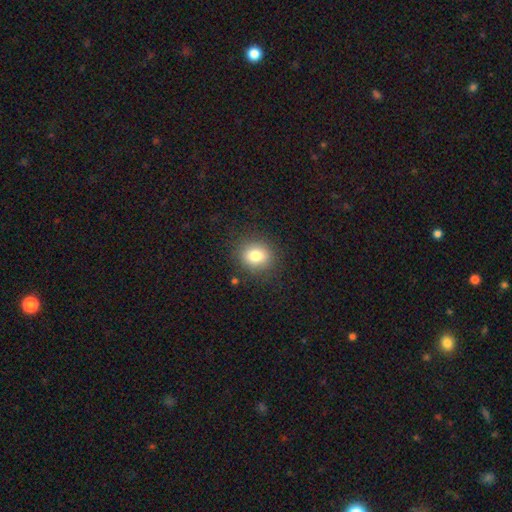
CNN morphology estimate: Smooth or featured? Predicted: smooth (p=0.80). How rounded? Predicted: round (p=0.72). Merging? Predicted: none (p=0.87).